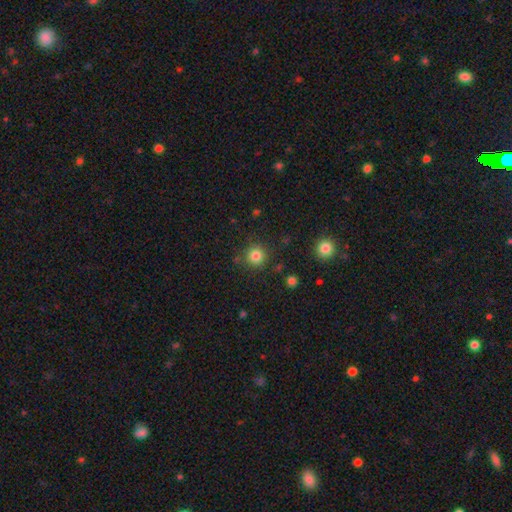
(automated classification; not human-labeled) smooth-or-featured: smooth: 83% | star or artifact: 12% | featured or disk: 5%
  how-rounded: round: 94% | in between: 5% | cigar-shaped: 1%
  merging: none: 86% | minor disturbance: 8% | merger: 3% | major disturbance: 3%